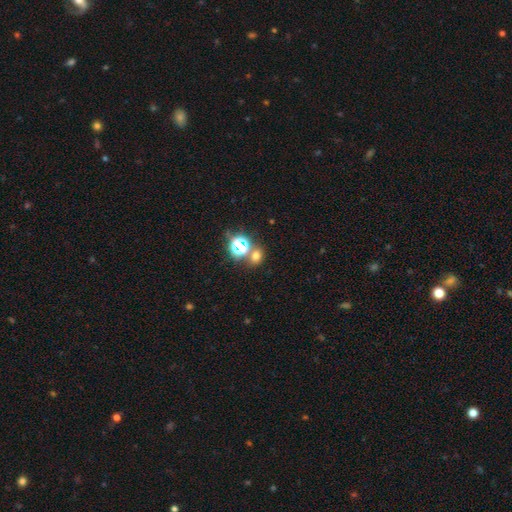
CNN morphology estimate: Overall: smooth (59%; star or artifact 33%). How rounded: round (59%; in between 39%). Merging: none (66%).